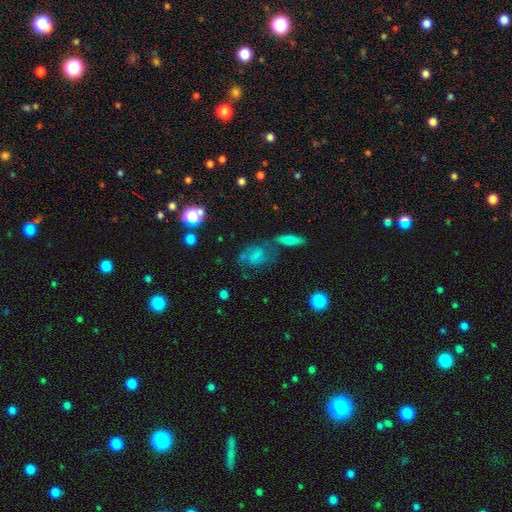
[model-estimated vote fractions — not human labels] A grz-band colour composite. It shows a smooth galaxy with no disk features (55%) that is in between round and cigar-shaped (68%). Merging: none (42%).